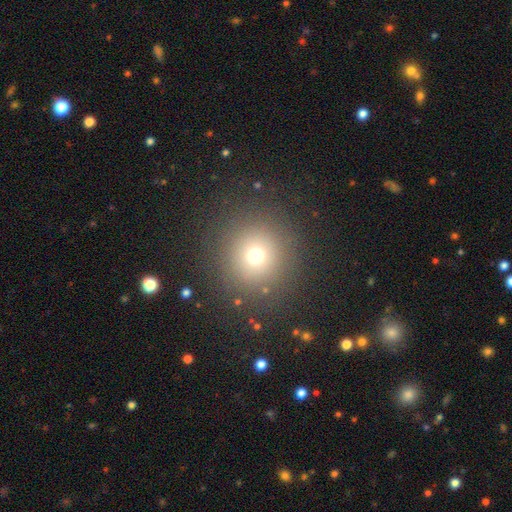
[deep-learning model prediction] Overall: smooth (69%). How rounded: round (94%). Merging: none (86%).